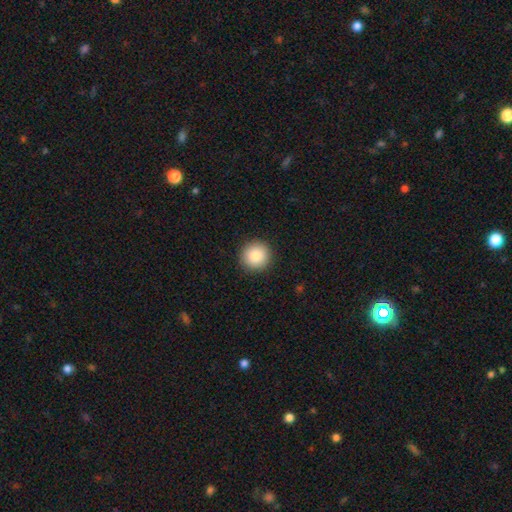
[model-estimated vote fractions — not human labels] This appears to be a smooth galaxy with no disk features (86%) that is round (95%). Merging: none (92%).